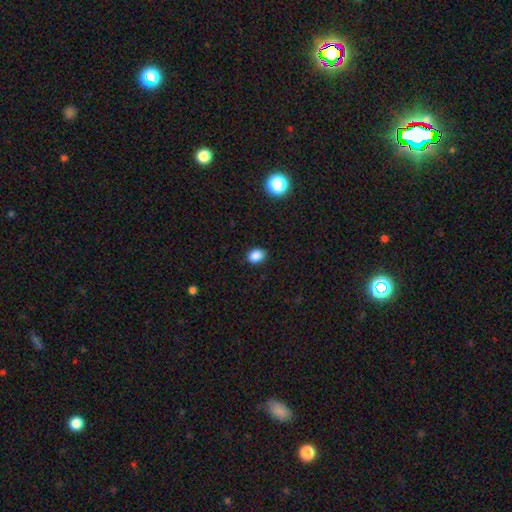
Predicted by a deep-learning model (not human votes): This is clearly a smooth galaxy (86%). How rounded: likely in between (65%). Merging: clearly none (87%).